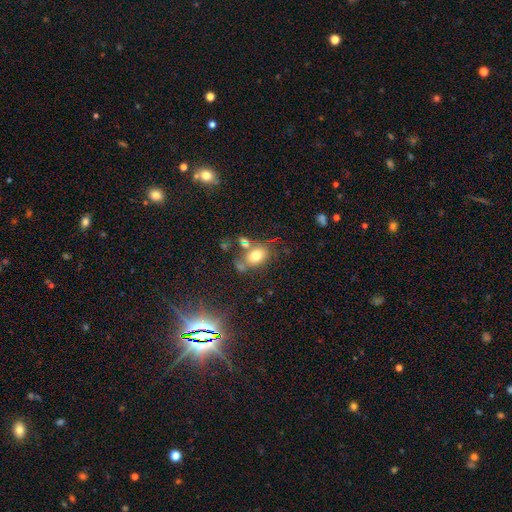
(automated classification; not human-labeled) Smooth or featured? smooth (74%)
How rounded? in between (76%)
Merging? none (56%)